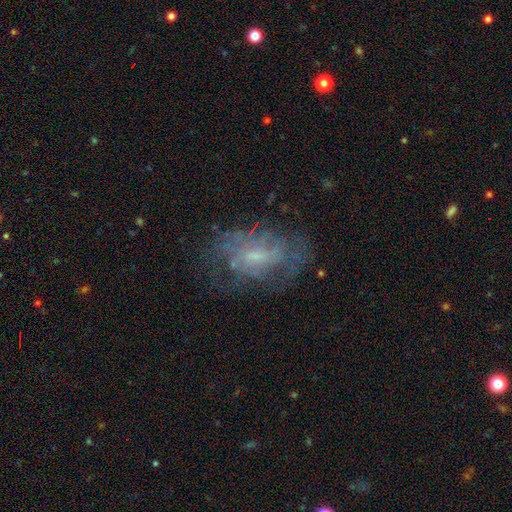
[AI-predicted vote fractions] The model was most divided on "bar": no: 51%, weak: 42%, strong: 7%. Remaining: edge-on disk — no (95%); spiral arms — yes (65%); smooth or featured — featured or disk (63%); merging — none (63%); bulge size — small (49%).